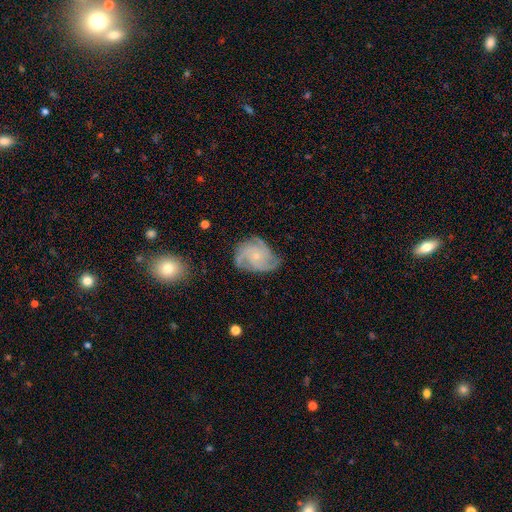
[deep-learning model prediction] Q: Smooth or featured?
A: featured or disk (82%); runner-up: smooth (11%)
Q: Edge-on disk?
A: no (98%); runner-up: yes (2%)
Q: Bar?
A: no (80%); runner-up: weak (18%)
Q: Spiral arms?
A: yes (96%); runner-up: no (4%)
Q: Spiral winding?
A: medium (44%); tied with: tight (44%)
Q: Spiral arm count?
A: 3 (46%); runner-up: 4 (22%)
Q: Bulge size?
A: small (77%); runner-up: moderate (17%)
Q: Merging?
A: none (67%); runner-up: minor disturbance (22%)